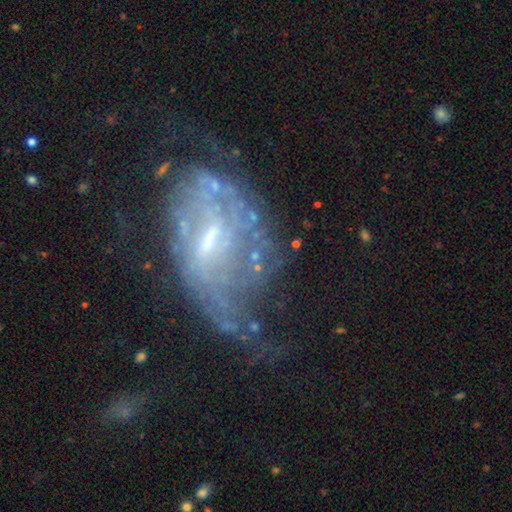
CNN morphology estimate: A featured or disk galaxy (75%) with a weak bar (43%), spiral arms (68%) and a small central bulge (35%).

Vote fractions:
- Smooth or featured? featured or disk: 75% / smooth: 14% / star or artifact: 11%
- Edge-on disk? no: 94% / yes: 6%
- Bar? weak: 43% / strong: 34% / no: 23%
- Spiral arms? yes: 68% / no: 32%
- Bulge size? small: 35% / moderate: 34% / none: 26% / large: 5% / dominant: 2%
- Merging? none: 50% / major disturbance: 23% / minor disturbance: 22% / merger: 5%